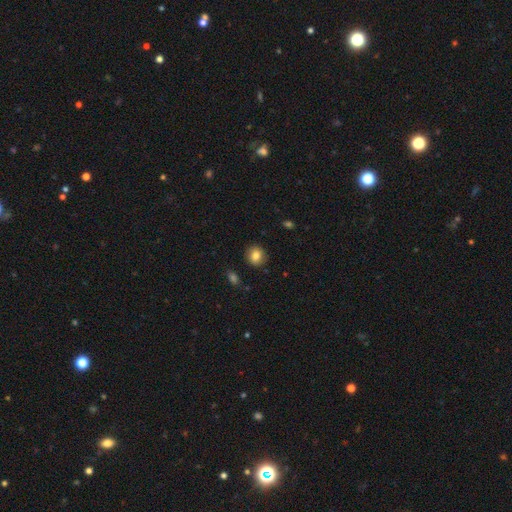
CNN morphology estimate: smooth 84%, star or artifact 9%, featured or disk 7%. Down the decision tree: how rounded — round (83%); merging — none (90%).